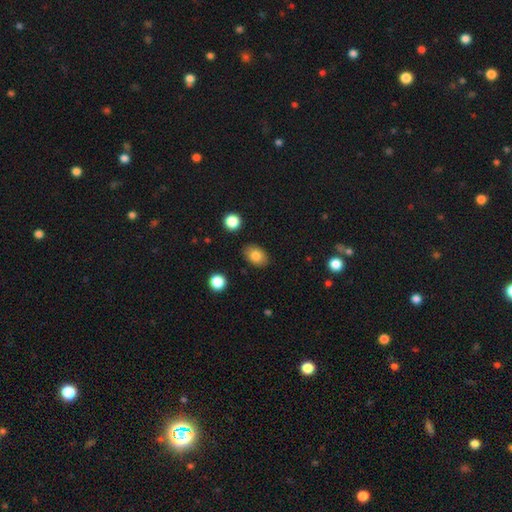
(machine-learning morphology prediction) This is clearly a smooth galaxy (81%). How rounded: likely in between (77%). Merging: clearly none (85%).